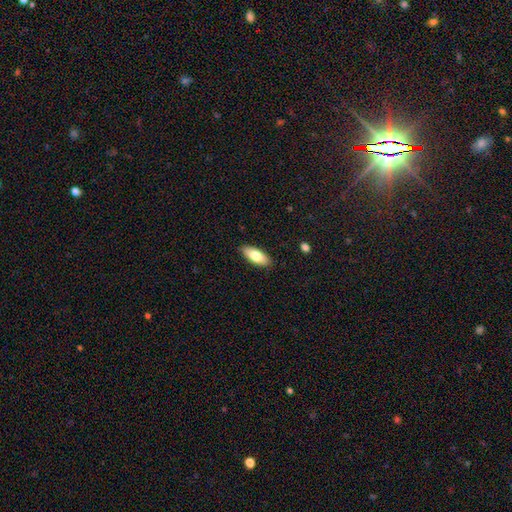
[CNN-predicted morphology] smooth-or-featured: smooth: 79% | featured or disk: 15% | star or artifact: 6%
  how-rounded: in between: 82% | cigar-shaped: 16% | round: 2%
  merging: none: 89% | minor disturbance: 9% | major disturbance: 2% | merger: 1%